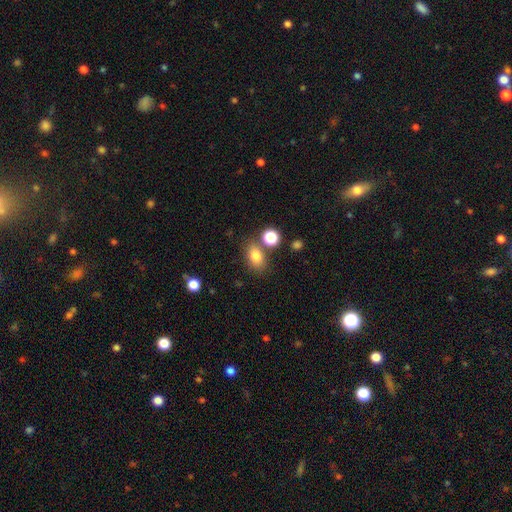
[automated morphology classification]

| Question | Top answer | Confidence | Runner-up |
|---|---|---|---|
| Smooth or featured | smooth | 81% | star or artifact (12%) |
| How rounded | in between | 74% | round (24%) |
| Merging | none | 70% | minor disturbance (13%) |